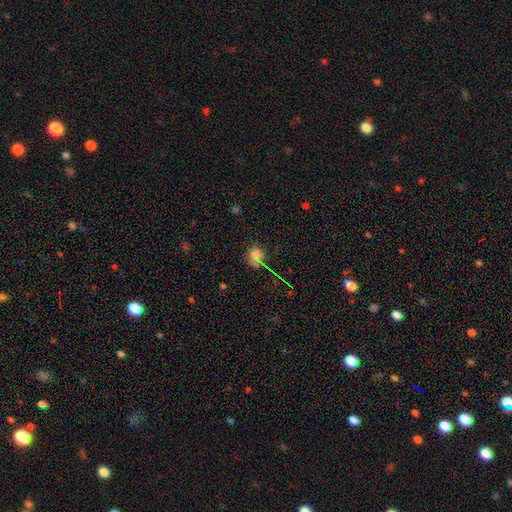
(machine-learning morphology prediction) smooth 61%, star or artifact 31%, featured or disk 8%. Down the decision tree: how rounded — round (80%); merging — none (74%).